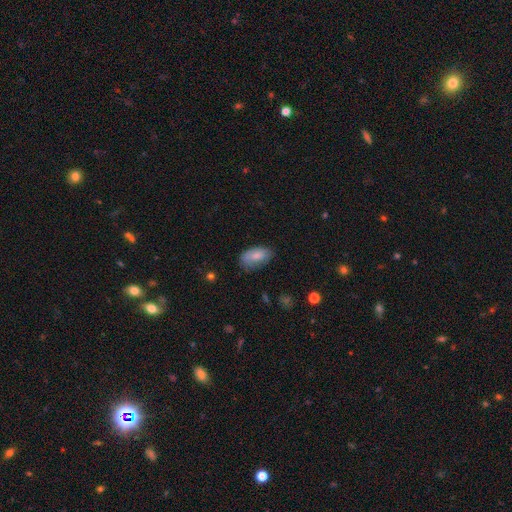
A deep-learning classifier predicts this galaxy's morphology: A smooth galaxy with no disk features (81%) that is in between round and cigar-shaped (92%).

Vote fractions:
- Smooth or featured? smooth: 81% / featured or disk: 12% / star or artifact: 7%
- How rounded? in between: 92% / round: 4% / cigar-shaped: 4%
- Merging? none: 68% / minor disturbance: 25% / major disturbance: 5% / merger: 1%